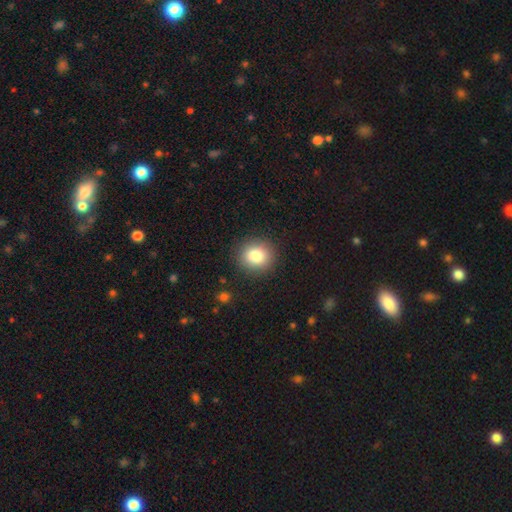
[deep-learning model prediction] Smooth or featured? Predicted: smooth (p=0.84). How rounded? Predicted: round (p=0.83). Merging? Predicted: none (p=0.89).